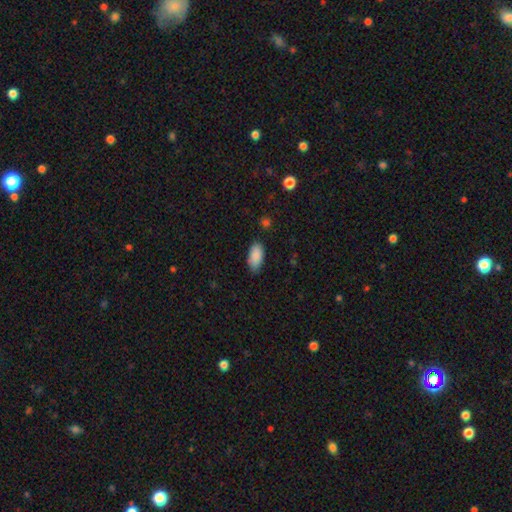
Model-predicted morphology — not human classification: Overall: smooth (89%). How rounded: in between (92%). Merging: none (81%).